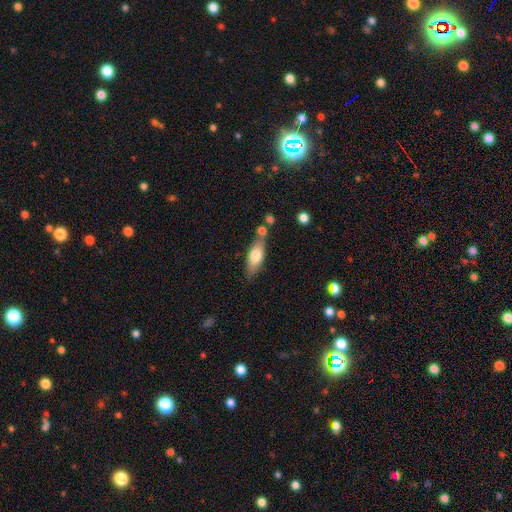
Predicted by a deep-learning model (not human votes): Smooth or featured? smooth (67%)
How rounded? in between (62%)
Merging? none (63%)